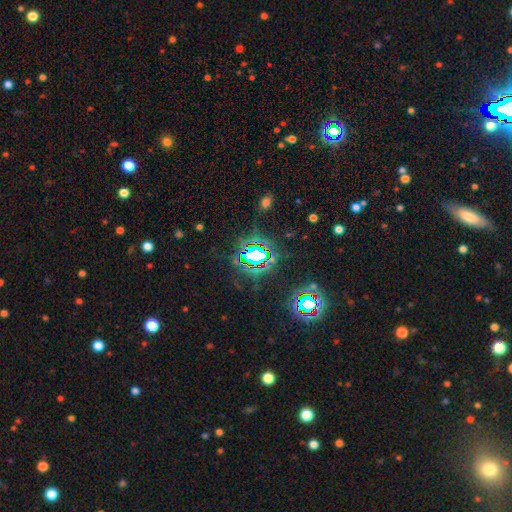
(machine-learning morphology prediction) Smooth or featured?
  - star or artifact: 74% *
  - smooth: 14%
  - featured or disk: 12%